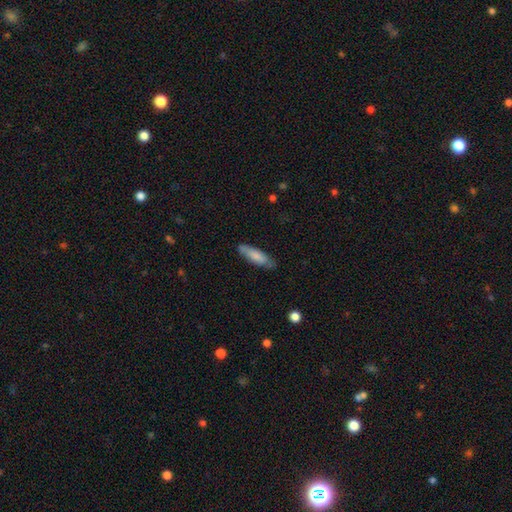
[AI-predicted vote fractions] smooth 76%, featured or disk 18%, star or artifact 6%. Down the decision tree: how rounded — cigar-shaped (54%); merging — none (76%).